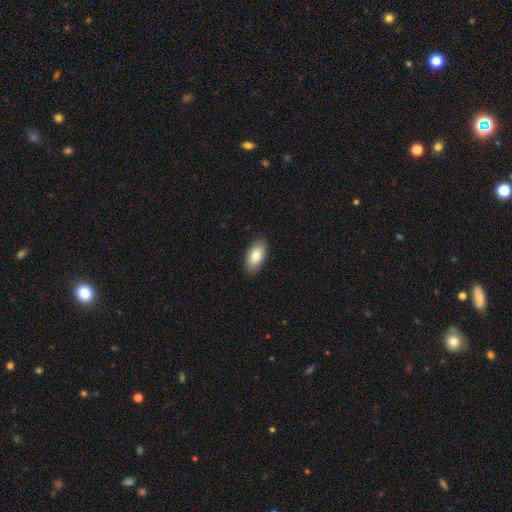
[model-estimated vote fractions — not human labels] Overall: smooth (83%). How rounded: in between (94%). Merging: none (88%).